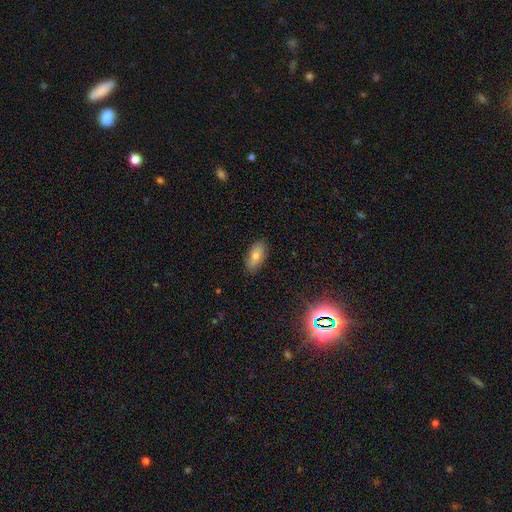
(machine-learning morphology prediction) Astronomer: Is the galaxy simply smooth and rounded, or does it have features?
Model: smooth — 73%.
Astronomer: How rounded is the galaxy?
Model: in between — 90%.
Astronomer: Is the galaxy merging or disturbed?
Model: none — 85%.